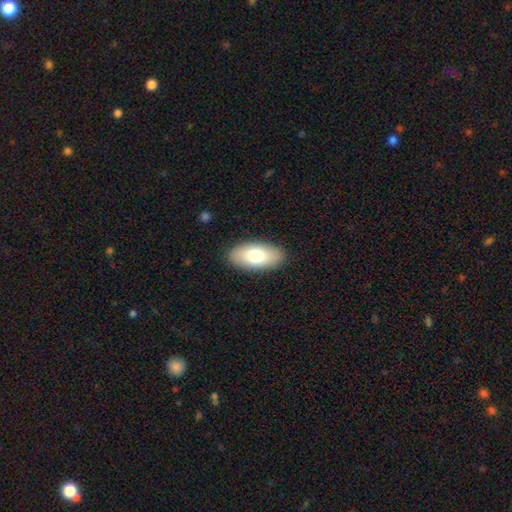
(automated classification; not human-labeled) Smooth or featured? smooth (76%)
How rounded? in between (92%)
Merging? none (88%)